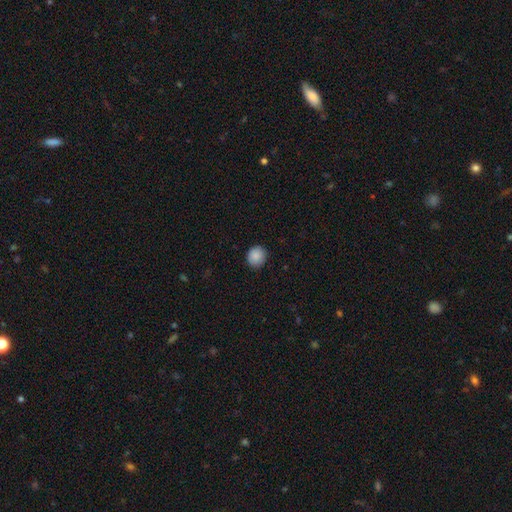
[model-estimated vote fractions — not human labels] A smooth galaxy with no disk features (88%) that is round (86%). Merging: none (88%).